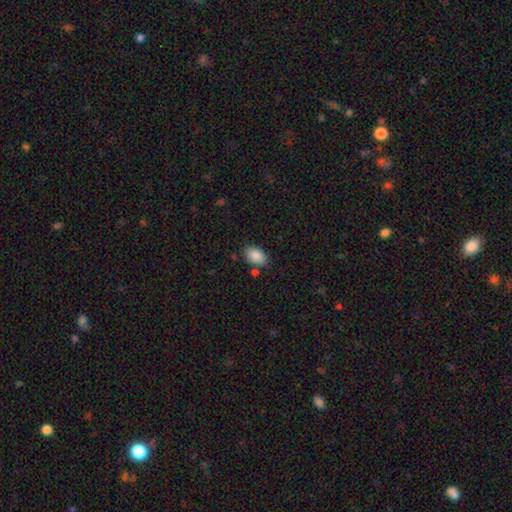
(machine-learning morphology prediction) type=smooth (88%); roundness=in between (89%); merging=none (78%).